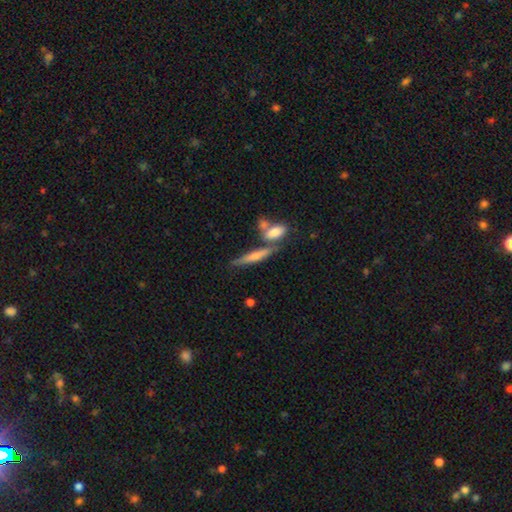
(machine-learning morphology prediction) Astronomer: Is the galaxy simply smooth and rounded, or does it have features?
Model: smooth — 59% (runner-up: featured or disk, 34%).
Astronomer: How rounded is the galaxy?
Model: cigar-shaped — 81%.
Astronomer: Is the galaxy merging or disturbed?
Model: none — 56%.